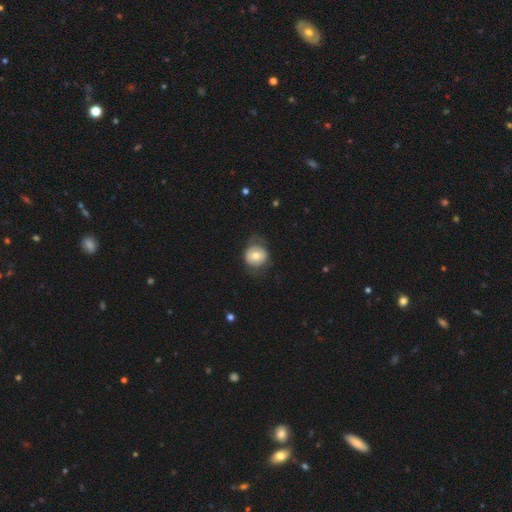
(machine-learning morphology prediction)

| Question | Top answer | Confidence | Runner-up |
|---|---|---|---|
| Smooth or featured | smooth | 63% | featured or disk (30%) |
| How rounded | round | 78% | in between (21%) |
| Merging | none | 60% | minor disturbance (23%) |